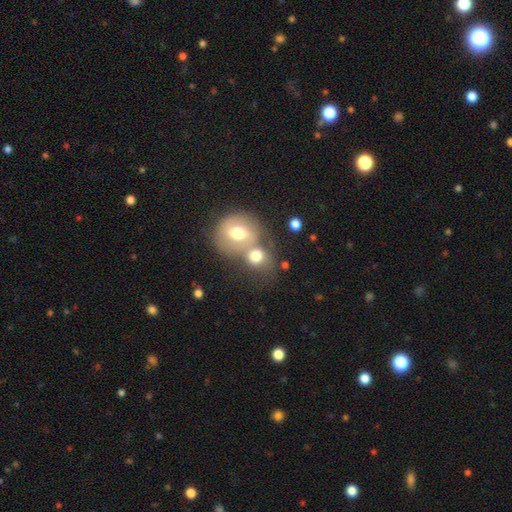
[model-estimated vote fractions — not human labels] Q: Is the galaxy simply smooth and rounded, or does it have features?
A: smooth — 66%.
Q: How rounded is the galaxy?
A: round — 68%.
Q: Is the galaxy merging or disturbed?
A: merger — 60%.